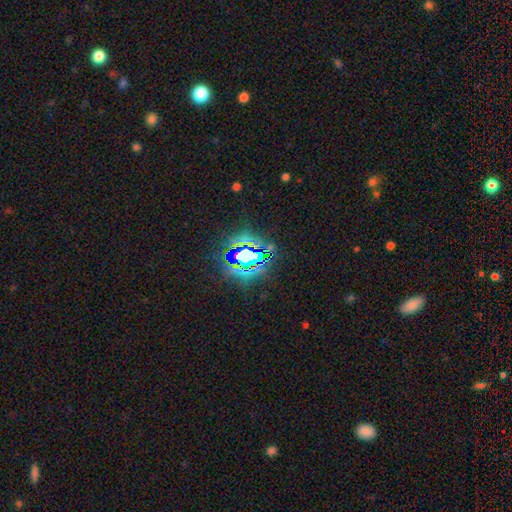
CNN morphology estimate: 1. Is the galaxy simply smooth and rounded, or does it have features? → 74% star or artifact, 14% smooth, 12% featured or disk.